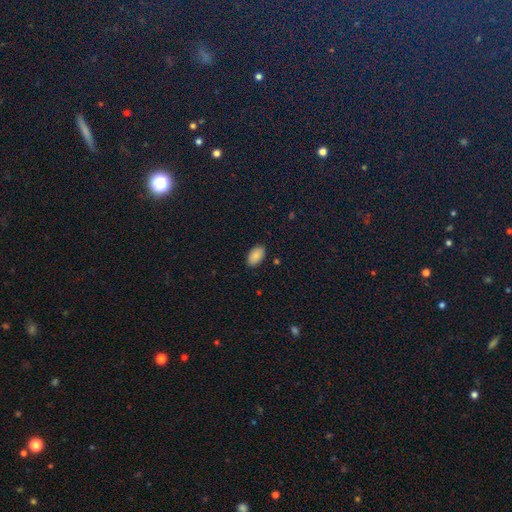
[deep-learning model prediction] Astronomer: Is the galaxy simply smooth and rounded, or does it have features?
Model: smooth — 87%.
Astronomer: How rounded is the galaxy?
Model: in between — 94%.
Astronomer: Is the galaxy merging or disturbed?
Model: none — 88%.